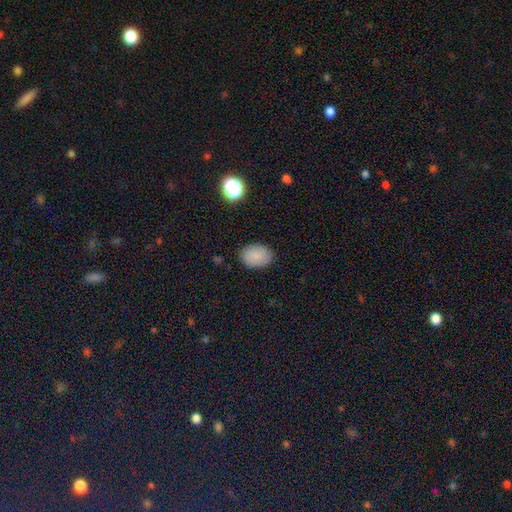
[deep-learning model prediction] Smooth or featured: smooth — 86% (star or artifact — 9%)
How rounded: in between — 76% (round — 23%)
Merging: none — 85% (minor disturbance — 11%)